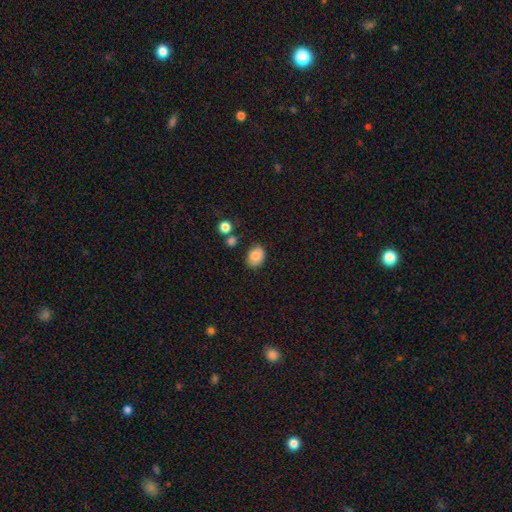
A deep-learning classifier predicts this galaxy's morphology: A smooth galaxy with no disk features (83%) that is in between round and cigar-shaped (73%). Merging: none (76%).